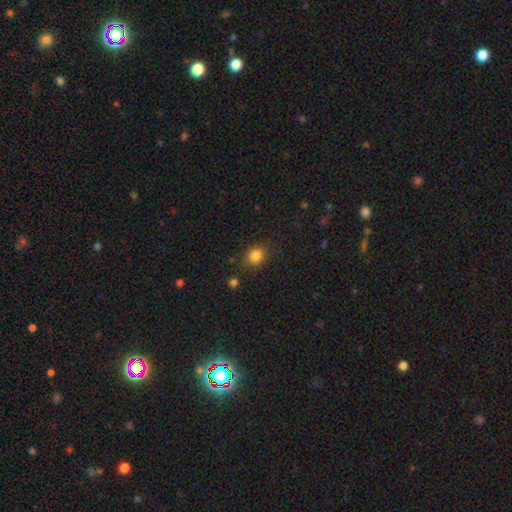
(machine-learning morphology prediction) type=smooth (83%); roundness=round (71%); merging=none (81%).